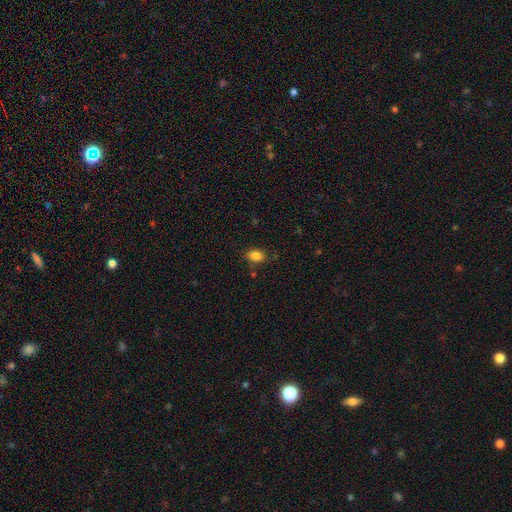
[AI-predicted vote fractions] Smooth or featured? Predicted: smooth (p=0.85). How rounded? Predicted: in between (p=0.73). Merging? Predicted: none (p=0.80).